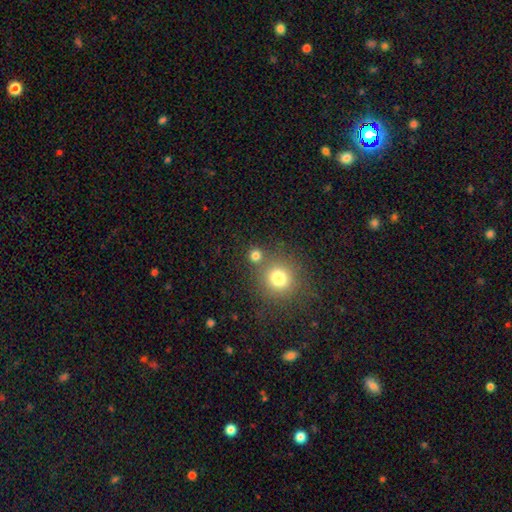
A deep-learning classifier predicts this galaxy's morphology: Smooth or featured? Predicted: smooth (p=0.78). How rounded? Predicted: round (p=0.91). Merging? Predicted: none (p=0.72).